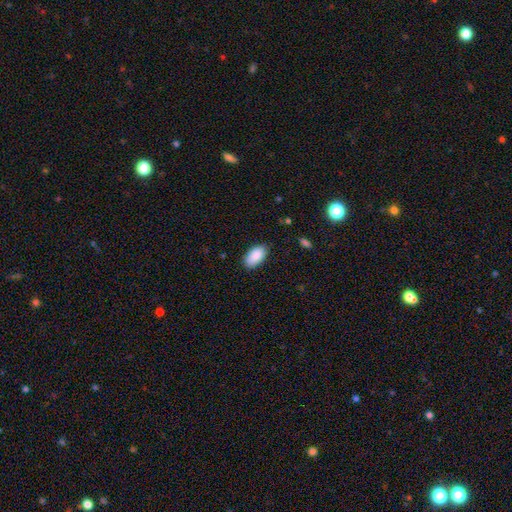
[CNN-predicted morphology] A smooth galaxy with no disk features (89%) that is in between round and cigar-shaped (95%). Merging: none (84%).